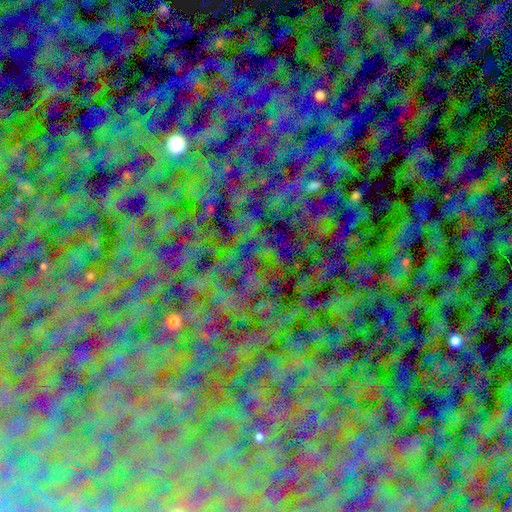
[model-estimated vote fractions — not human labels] The model was most divided on "smooth or featured": star or artifact: 81%, smooth: 10%, featured or disk: 8%.